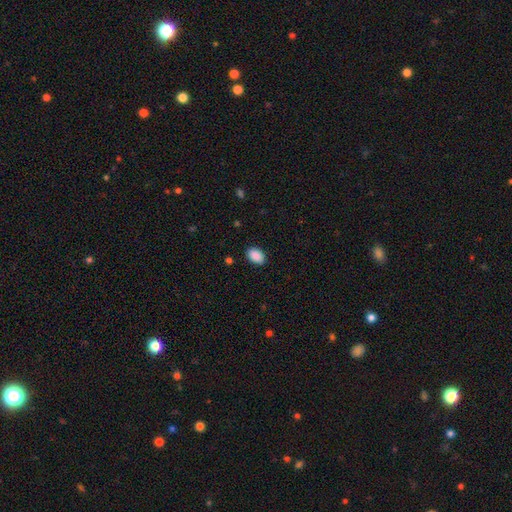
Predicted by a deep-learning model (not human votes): A smooth galaxy with no disk features (90%) that is in between round and cigar-shaped (86%).

Vote fractions:
- Smooth or featured? smooth: 90% / star or artifact: 7% / featured or disk: 3%
- How rounded? in between: 86% / round: 12% / cigar-shaped: 1%
- Merging? none: 88% / minor disturbance: 9% / major disturbance: 2% / merger: 1%